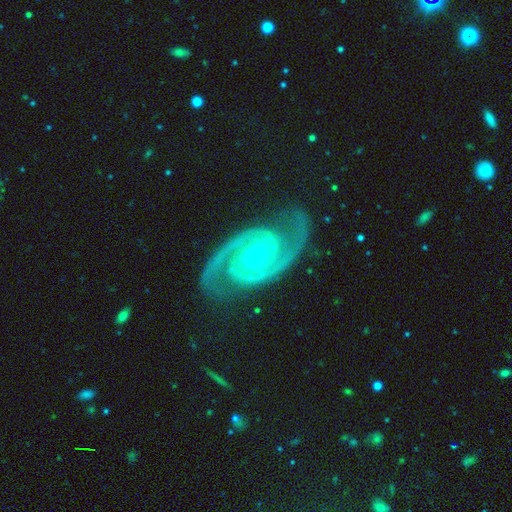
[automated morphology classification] smooth_or_featured: featured or disk (p=0.94) [alt: star or artifact p=0.04]
disk_edge_on: no (p=0.98) [alt: yes p=0.02]
bar: weak (p=0.40) [alt: no p=0.39]
has_spiral_arms: yes (p=0.99) [alt: no p=0.01]
spiral_winding: tight (p=0.50) [alt: medium p=0.43]
spiral_arm_count: 2 (p=0.93) [alt: 3 p=0.02]
bulge_size: small (p=0.53) [alt: moderate p=0.44]
merging: none (p=0.80) [alt: minor disturbance p=0.13]